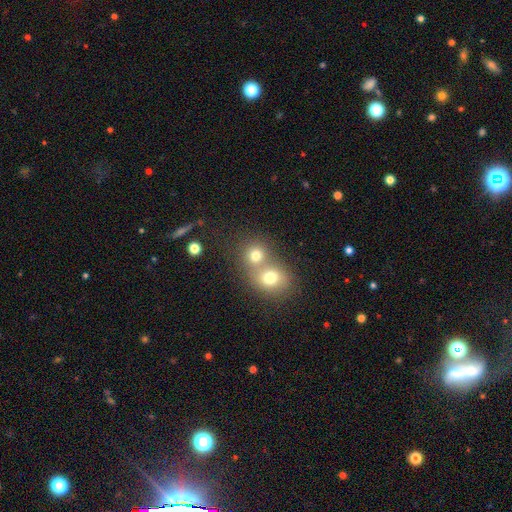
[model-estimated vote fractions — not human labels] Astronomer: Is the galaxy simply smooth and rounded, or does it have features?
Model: smooth — 75%.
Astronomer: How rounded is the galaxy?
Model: round — 79%.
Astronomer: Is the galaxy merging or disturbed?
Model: merger — 54% (runner-up: none, 38%).